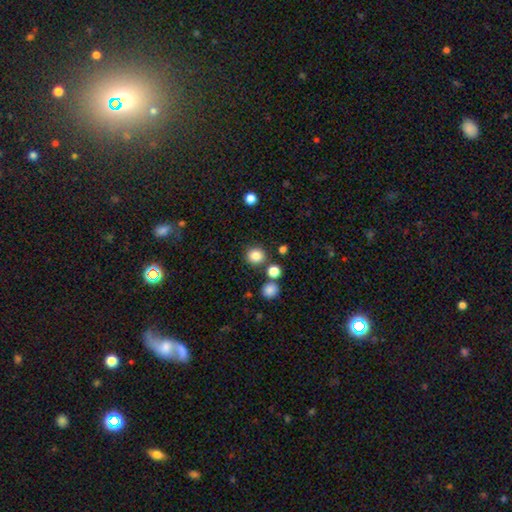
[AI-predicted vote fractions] smooth_or_featured: smooth (p=0.84) [alt: star or artifact p=0.11]
how_rounded: round (p=0.91) [alt: in between p=0.08]
merging: none (p=0.84) [alt: minor disturbance p=0.07]